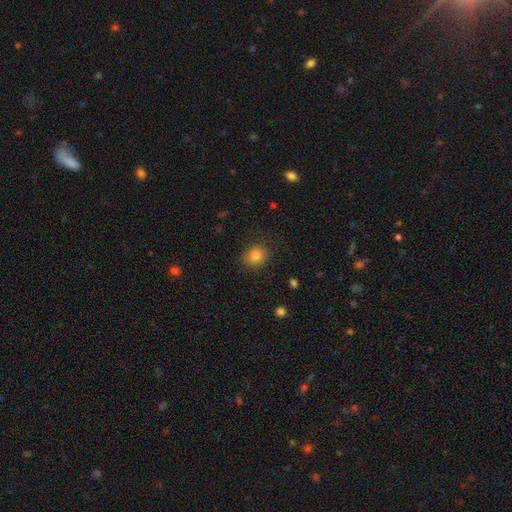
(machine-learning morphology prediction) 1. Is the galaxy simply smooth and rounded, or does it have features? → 84% smooth, 10% star or artifact, 6% featured or disk.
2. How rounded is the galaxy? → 70% round, 29% in between, 1% cigar-shaped.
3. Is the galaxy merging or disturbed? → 80% none, 14% minor disturbance, 4% major disturbance, 1% merger.